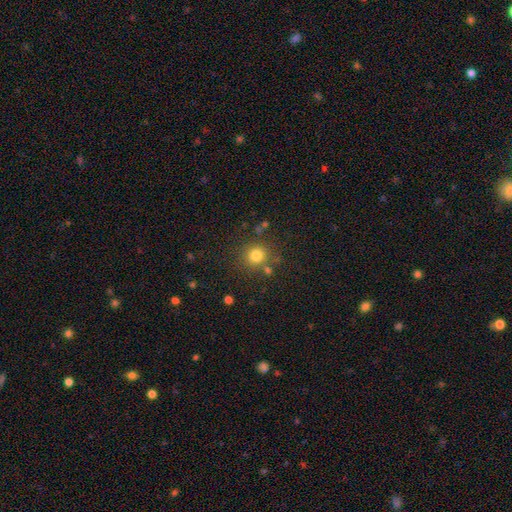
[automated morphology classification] Smooth or featured? smooth (79%)
How rounded? round (89%)
Merging? none (79%)